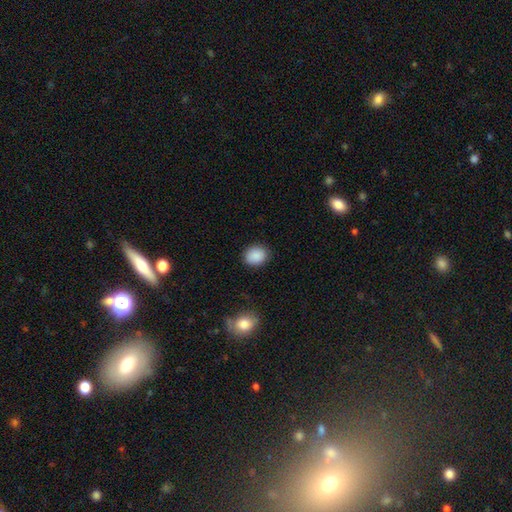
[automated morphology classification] smooth_or_featured: smooth (p=0.89) [alt: star or artifact p=0.08]
how_rounded: round (p=0.64) [alt: in between p=0.35]
merging: none (p=0.87) [alt: minor disturbance p=0.09]